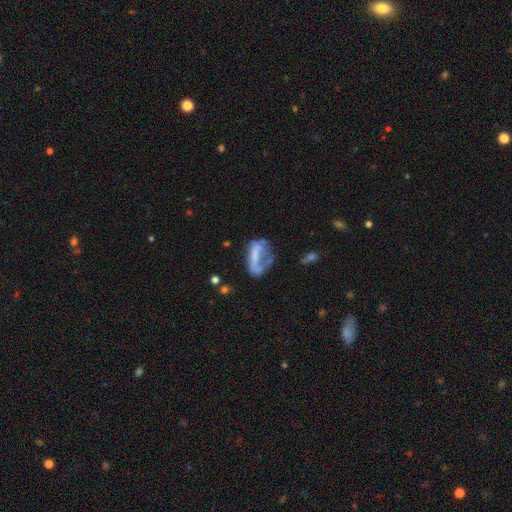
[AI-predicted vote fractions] A featured or disk galaxy (48%).

Vote fractions:
- Smooth or featured? featured or disk: 48% / smooth: 40% / star or artifact: 11%
- Merging? major disturbance: 39% / none: 28% / minor disturbance: 21% / merger: 12%